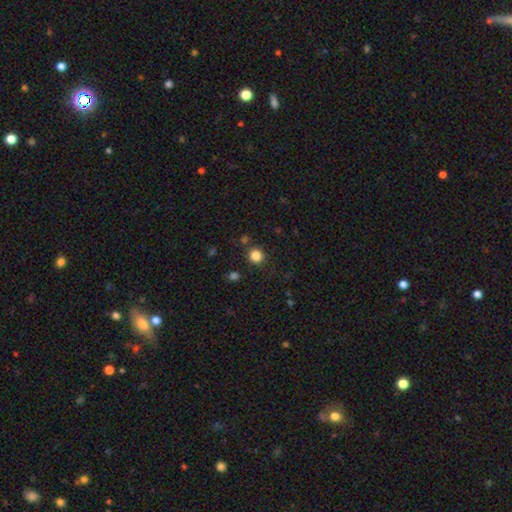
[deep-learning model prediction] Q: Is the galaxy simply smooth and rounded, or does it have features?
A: smooth — 83%.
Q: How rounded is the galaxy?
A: round — 89%.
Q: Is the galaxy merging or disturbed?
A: none — 85%.